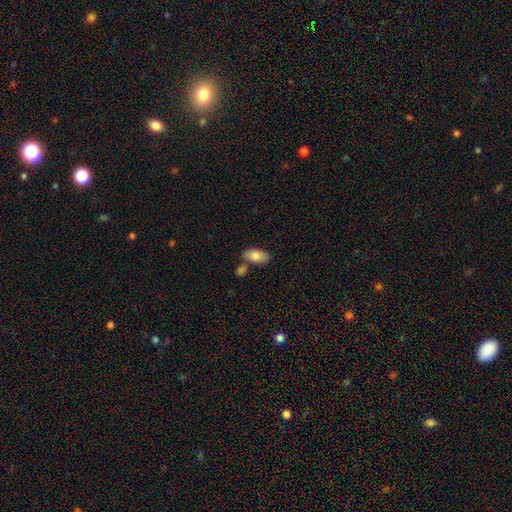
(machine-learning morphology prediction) Smooth or featured? Predicted: smooth (p=0.82). How rounded? Predicted: in between (p=0.93). Merging? Predicted: none (p=0.61).